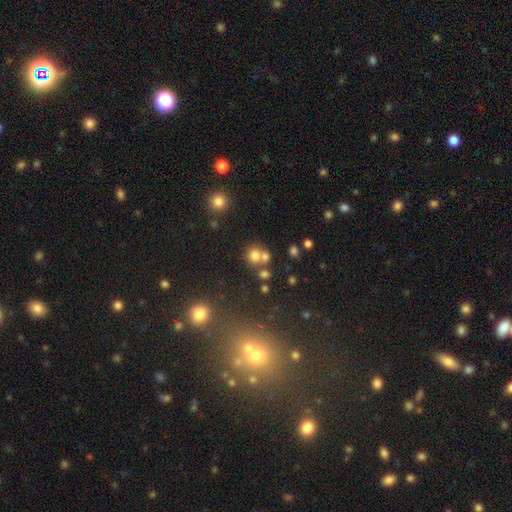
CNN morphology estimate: This appears to be a smooth galaxy with no disk features (71%) that is round (82%). Merging: none (46%).